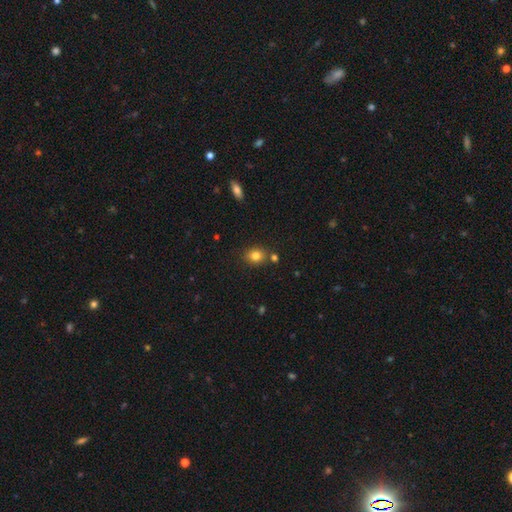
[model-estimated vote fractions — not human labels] This appears to be a smooth galaxy with no disk features (80%) that is round (62%). Merging: none (76%).